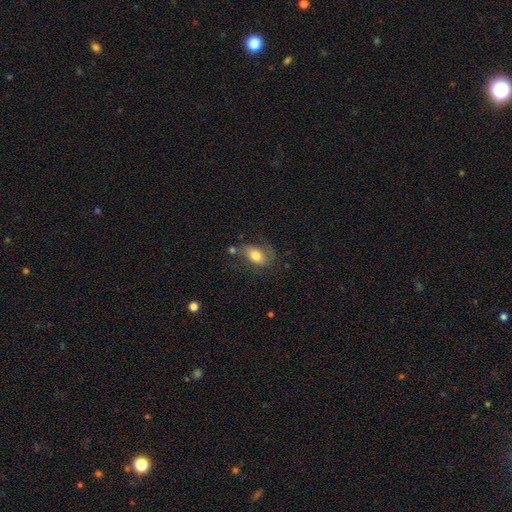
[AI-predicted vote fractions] smooth_or_featured: smooth (p=0.72) [alt: featured or disk p=0.20]
how_rounded: in between (p=0.85) [alt: round p=0.12]
merging: none (p=0.54) [alt: minor disturbance p=0.24]